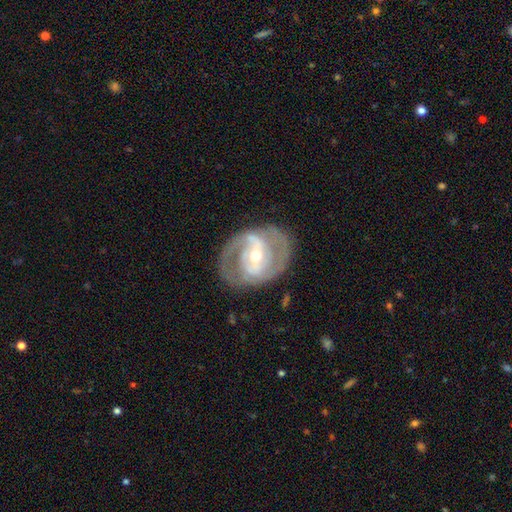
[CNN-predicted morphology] This is clearly a featured or disk galaxy (85%). It is clearly not viewed edge-on (96%). Bar: marginally strong (38%, tied with weak). Spiral arm pattern: clearly yes (88%). Spiral arm count: likely 2 (76%). Spiral winding: possibly medium (47%). Central bulge: possibly moderate (49%). Merging: likely none (74%).